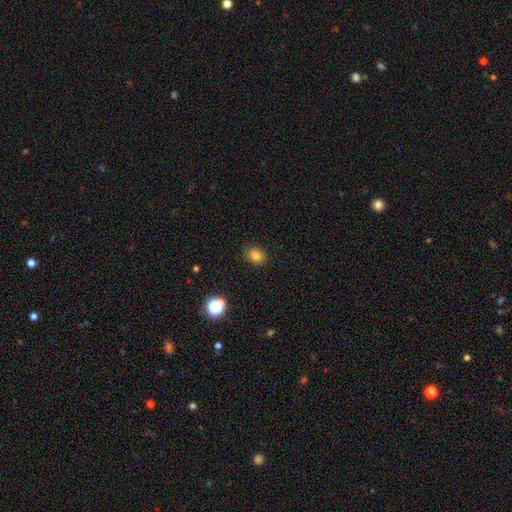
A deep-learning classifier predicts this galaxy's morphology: The model was most divided on "how rounded": in between: 50%, round: 49%, cigar-shaped: 1%. More confident: merging — none (84%); smooth or featured — smooth (80%).